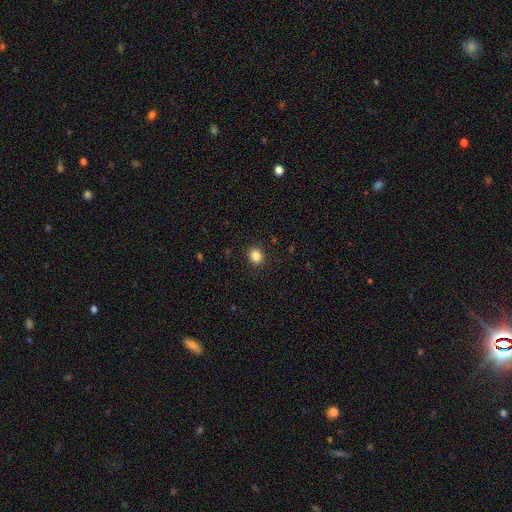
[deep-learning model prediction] The model was most divided on "how rounded": round: 76%, in between: 23%, cigar-shaped: 1%. More confident: merging — none (90%); smooth or featured — smooth (85%).